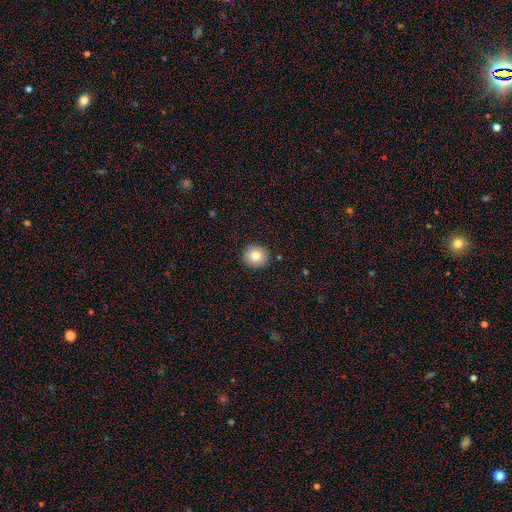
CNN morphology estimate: Smooth or featured?
  - smooth: 80% *
  - star or artifact: 10%
  - featured or disk: 10%
How rounded?
  - round: 87% *
  - in between: 12%
  - cigar-shaped: 1%
Merging?
  - none: 90% *
  - minor disturbance: 7%
  - major disturbance: 2%
  - merger: 1%